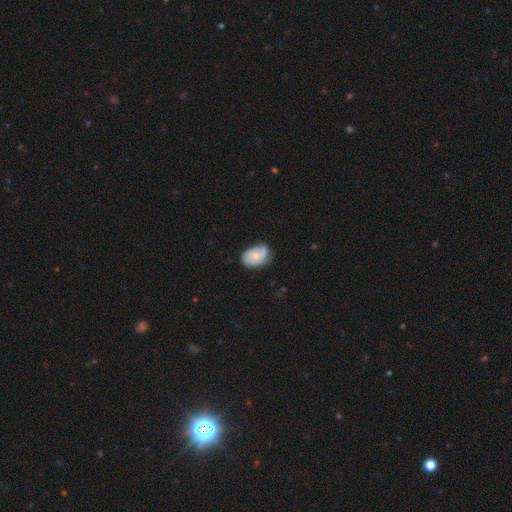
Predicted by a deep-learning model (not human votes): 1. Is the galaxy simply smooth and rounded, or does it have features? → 47% smooth, 46% featured or disk, 7% star or artifact.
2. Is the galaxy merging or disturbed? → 55% none, 32% minor disturbance, 10% major disturbance, 2% merger.